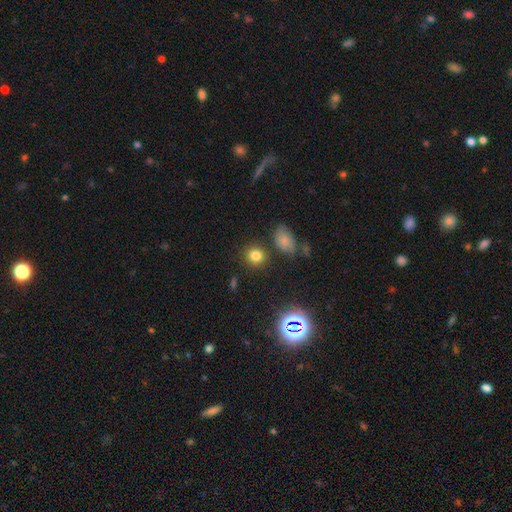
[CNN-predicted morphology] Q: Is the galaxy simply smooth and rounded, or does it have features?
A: smooth — 78%.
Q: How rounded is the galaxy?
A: round — 80%.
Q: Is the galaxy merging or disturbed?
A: none — 83%.